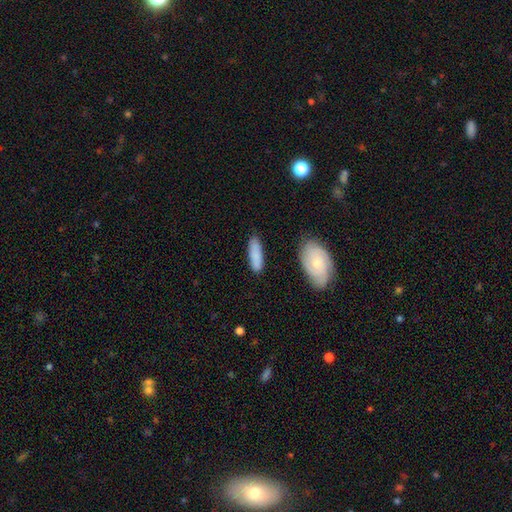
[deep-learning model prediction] Q: Smooth or featured?
A: smooth (82%); runner-up: featured or disk (12%)
Q: How rounded?
A: cigar-shaped (51%); runner-up: in between (47%)
Q: Merging?
A: none (80%); runner-up: minor disturbance (14%)